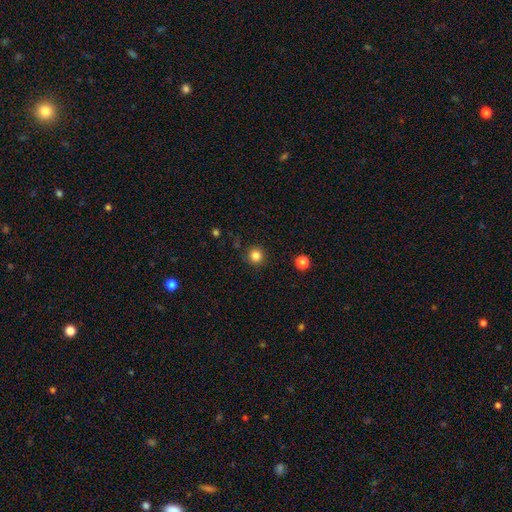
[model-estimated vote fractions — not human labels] smooth_or_featured: smooth (p=0.83) [alt: star or artifact p=0.12]
how_rounded: round (p=0.95) [alt: in between p=0.04]
merging: none (p=0.91) [alt: minor disturbance p=0.06]